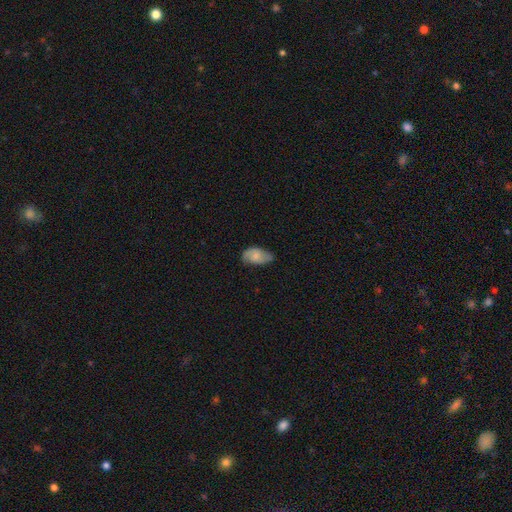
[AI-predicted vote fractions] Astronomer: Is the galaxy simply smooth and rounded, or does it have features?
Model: smooth — 56% (runner-up: featured or disk, 36%).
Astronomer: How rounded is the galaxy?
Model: in between — 91%.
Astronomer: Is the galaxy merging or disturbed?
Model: none — 56% (runner-up: minor disturbance, 32%).